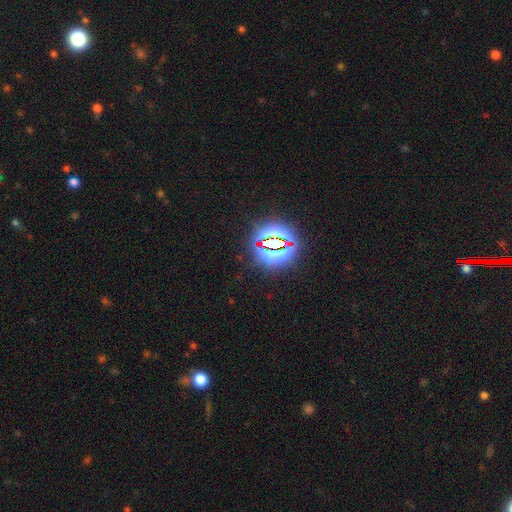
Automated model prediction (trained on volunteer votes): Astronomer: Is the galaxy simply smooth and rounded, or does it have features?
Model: star or artifact — 84%.